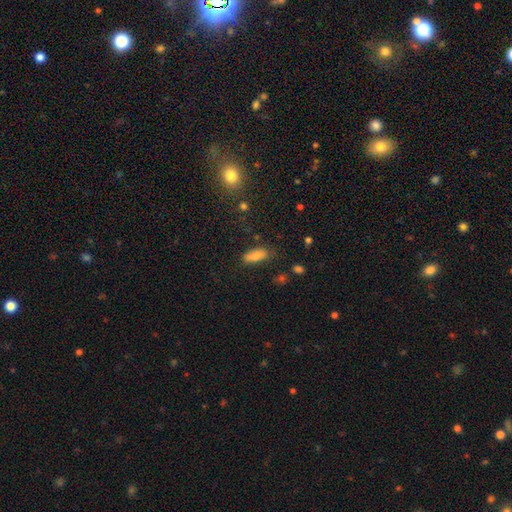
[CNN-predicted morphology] Smooth or featured? Predicted: smooth (p=0.75). How rounded? Predicted: in between (p=0.72). Merging? Predicted: none (p=0.77).